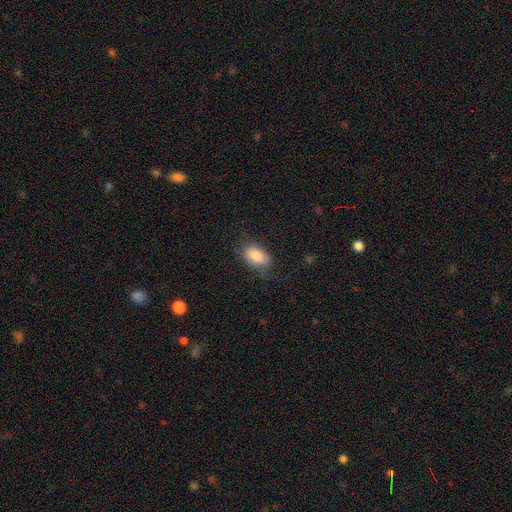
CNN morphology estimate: Overall: smooth (83%). How rounded: in between (92%). Merging: none (67%).